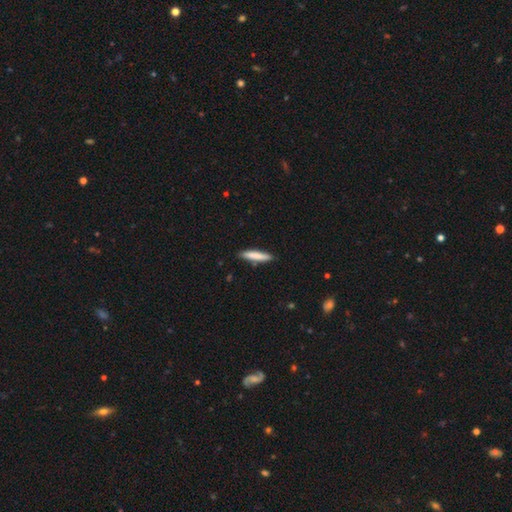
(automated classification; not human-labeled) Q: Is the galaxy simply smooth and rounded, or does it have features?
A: smooth — 80%.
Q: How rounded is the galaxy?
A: cigar-shaped — 88%.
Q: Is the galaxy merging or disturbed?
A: none — 86%.